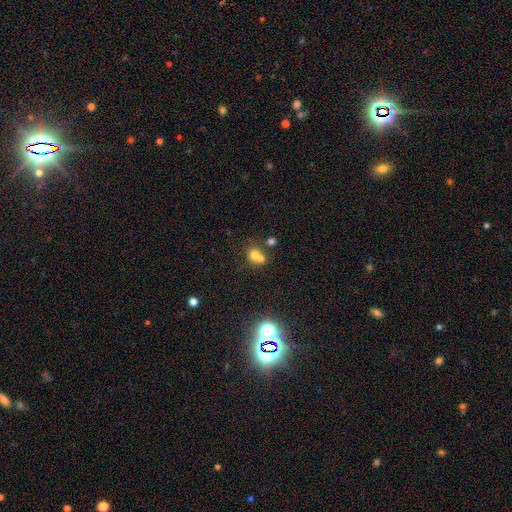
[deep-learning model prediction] smooth_or_featured: smooth (p=0.67) [alt: featured or disk p=0.17]
how_rounded: round (p=0.74) [alt: in between p=0.25]
merging: merger (p=0.58) [alt: none p=0.32]